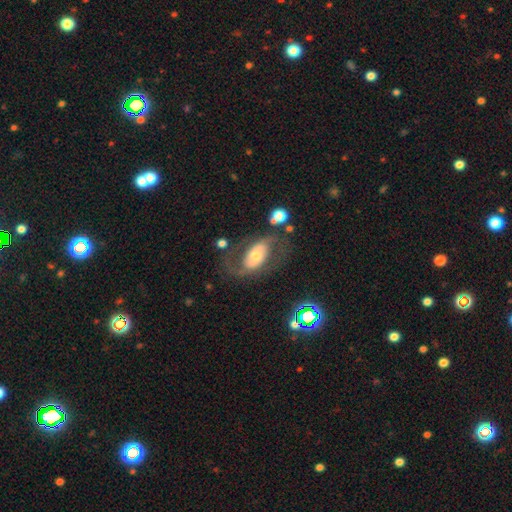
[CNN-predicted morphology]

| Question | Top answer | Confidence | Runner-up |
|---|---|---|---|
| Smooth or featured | featured or disk | 69% | smooth (23%) |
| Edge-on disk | no | 94% | yes (6%) |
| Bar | no | 56% | weak (28%) |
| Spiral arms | yes | 75% | no (25%) |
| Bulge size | moderate | 61% | small (24%) |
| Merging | none | 60% | major disturbance (19%) |